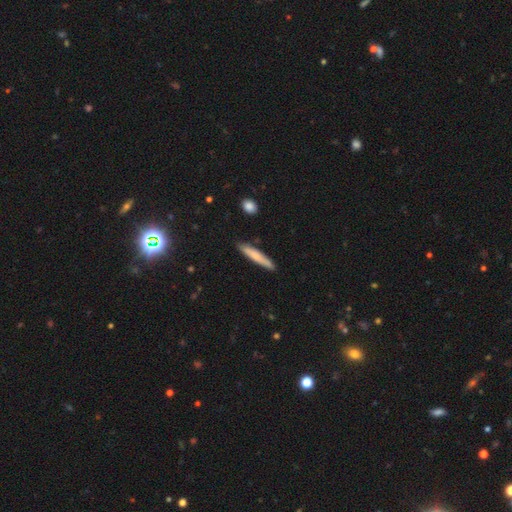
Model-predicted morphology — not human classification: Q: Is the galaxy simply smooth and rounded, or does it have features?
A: smooth — 73%.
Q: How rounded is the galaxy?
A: cigar-shaped — 93%.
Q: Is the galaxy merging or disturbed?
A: none — 86%.